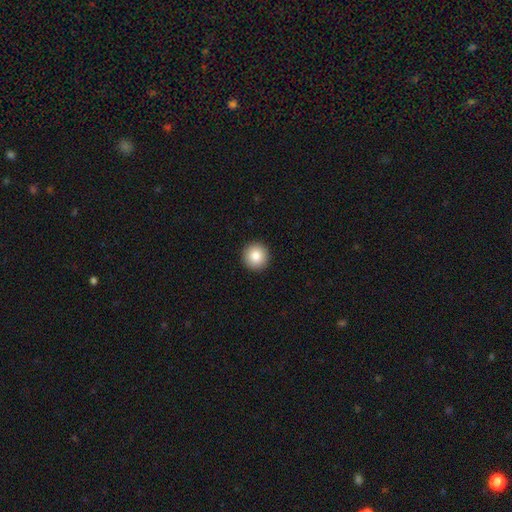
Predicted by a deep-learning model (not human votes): A smooth galaxy with no disk features (85%) that is round (96%). Merging: none (94%).